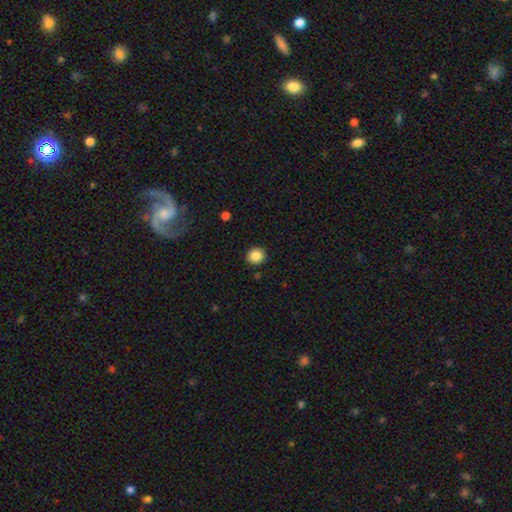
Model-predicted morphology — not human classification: Q: Smooth or featured?
A: smooth (87%); runner-up: star or artifact (9%)
Q: How rounded?
A: round (87%); runner-up: in between (12%)
Q: Merging?
A: none (91%); runner-up: minor disturbance (6%)